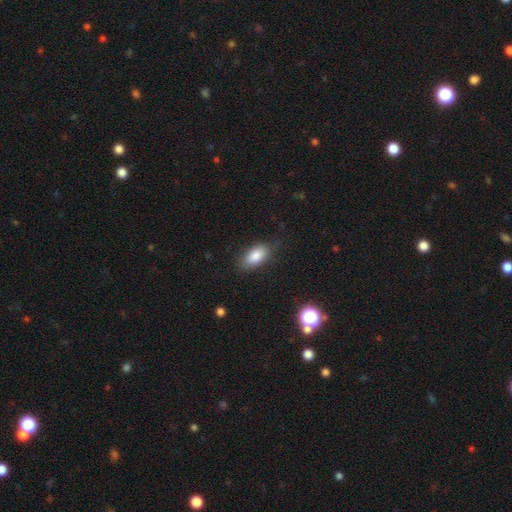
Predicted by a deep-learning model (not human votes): Smooth or featured? smooth (84%)
How rounded? in between (90%)
Merging? none (77%)